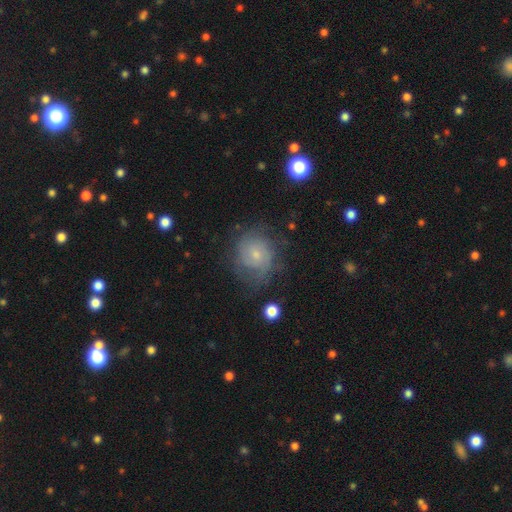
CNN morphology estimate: featured or disk 57%, smooth 33%, star or artifact 10%. Down the decision tree: edge-on disk — no (97%); bar — no (74%); spiral arms — yes (83%); bulge size — small (71%); merging — none (63%).